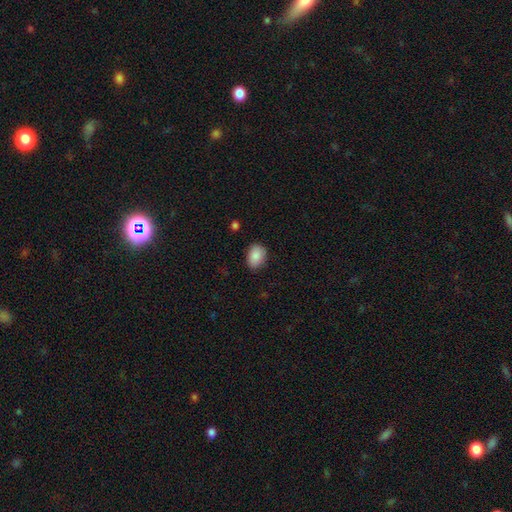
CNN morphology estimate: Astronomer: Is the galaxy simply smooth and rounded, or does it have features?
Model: smooth — 89%.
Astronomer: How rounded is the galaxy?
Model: in between — 76%.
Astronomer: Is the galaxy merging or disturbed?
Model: none — 82%.